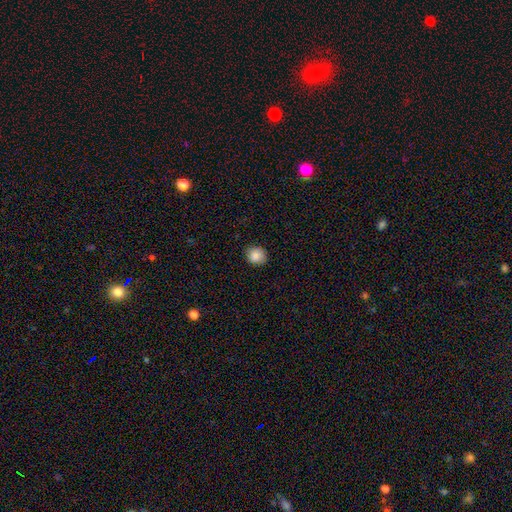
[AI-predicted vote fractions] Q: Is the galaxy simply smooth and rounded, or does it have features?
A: smooth — 87%.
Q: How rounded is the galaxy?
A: round — 81%.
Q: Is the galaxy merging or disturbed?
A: none — 88%.